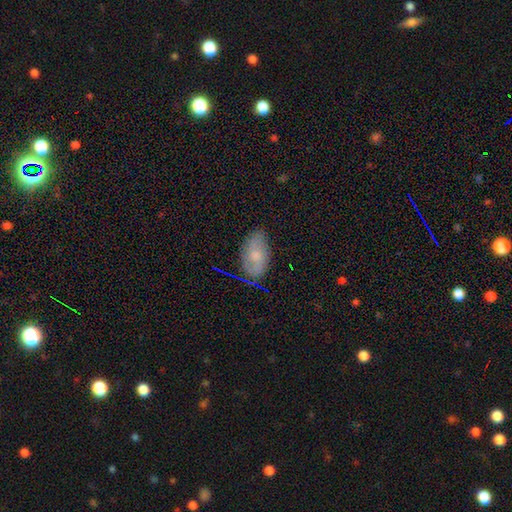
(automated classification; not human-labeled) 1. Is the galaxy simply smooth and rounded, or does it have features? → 52% smooth, 39% featured or disk, 8% star or artifact.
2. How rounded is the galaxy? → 92% in between, 5% round, 3% cigar-shaped.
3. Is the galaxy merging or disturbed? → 69% none, 23% minor disturbance, 6% major disturbance, 2% merger.